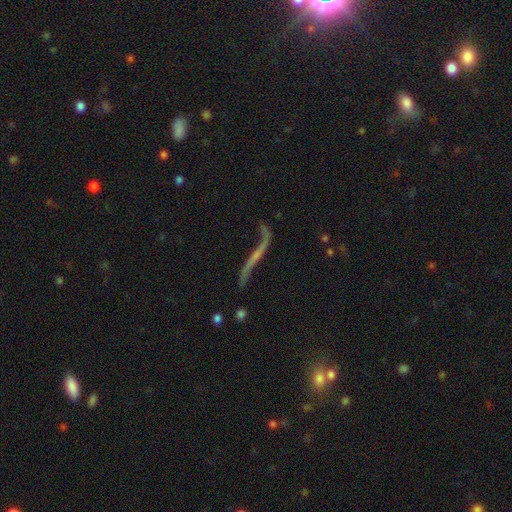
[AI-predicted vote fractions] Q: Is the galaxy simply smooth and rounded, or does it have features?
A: featured or disk — 78%.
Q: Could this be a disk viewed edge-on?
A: no — 55%.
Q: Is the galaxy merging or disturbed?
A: none — 53%.